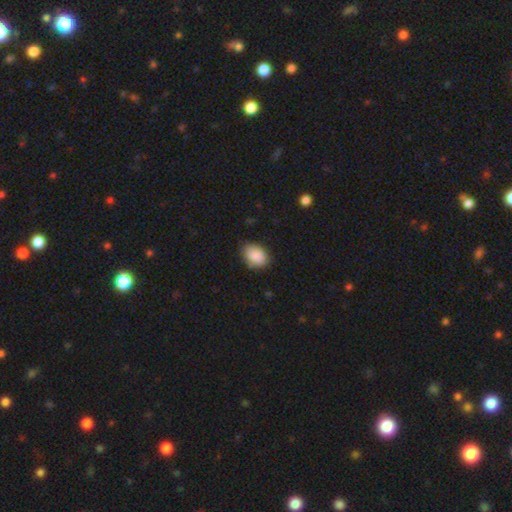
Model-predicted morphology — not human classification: A smooth galaxy with no disk features (89%) that is in between round and cigar-shaped (82%).

Vote fractions:
- Smooth or featured? smooth: 89% / star or artifact: 7% / featured or disk: 5%
- How rounded? in between: 82% / round: 17% / cigar-shaped: 1%
- Merging? none: 77% / minor disturbance: 19% / major disturbance: 3% / merger: 2%